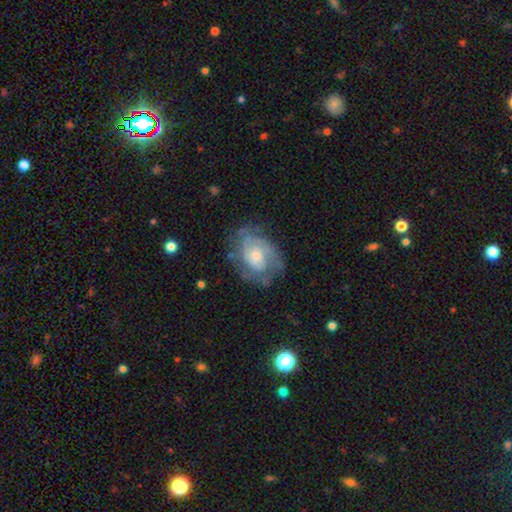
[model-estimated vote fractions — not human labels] A featured or disk galaxy (70%) with no bar (73%), tight (51%) spiral arms (83%) and a small central bulge (45%).

Vote fractions:
- Smooth or featured? featured or disk: 70% / smooth: 23% / star or artifact: 7%
- Edge-on disk? no: 97% / yes: 3%
- Bar? no: 73% / weak: 23% / strong: 4%
- Spiral arms? yes: 83% / no: 17%
- Spiral winding? tight: 51% / medium: 37% / loose: 13%
- Spiral arm count? can't tell: 42% / 2: 31% / 3: 14% / 1: 6% / 4: 5% / more than 4: 3%
- Bulge size? small: 45% / moderate: 42% / large: 7% / none: 4% / dominant: 1%
- Merging? none: 64% / minor disturbance: 22% / major disturbance: 12% / merger: 2%